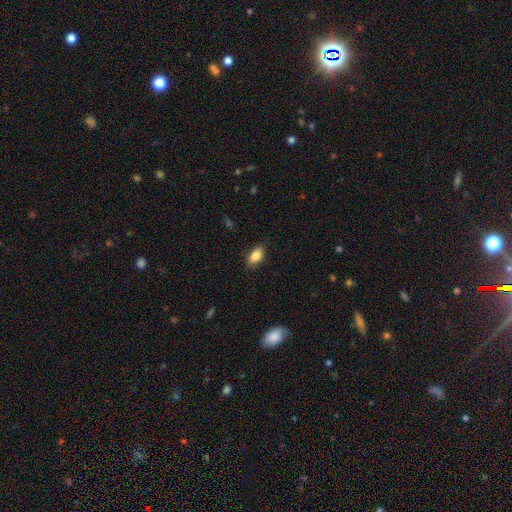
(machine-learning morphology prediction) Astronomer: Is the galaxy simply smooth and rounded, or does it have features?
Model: smooth — 83%.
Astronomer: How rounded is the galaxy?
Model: in between — 87%.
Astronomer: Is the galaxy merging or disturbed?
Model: none — 84%.